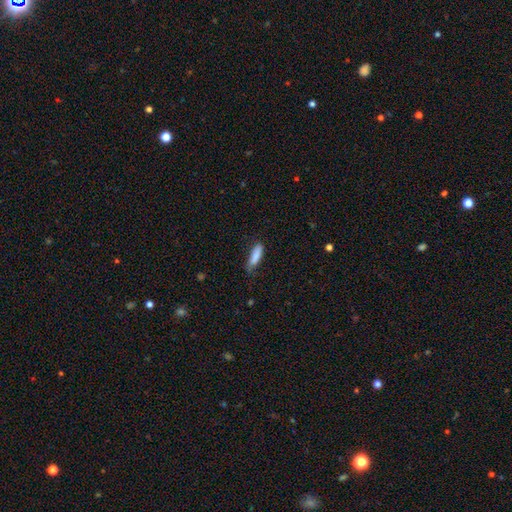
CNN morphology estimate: smooth_or_featured: smooth (p=0.84) [alt: featured or disk p=0.09]
how_rounded: cigar-shaped (p=0.55) [alt: in between p=0.44]
merging: none (p=0.62) [alt: minor disturbance p=0.29]